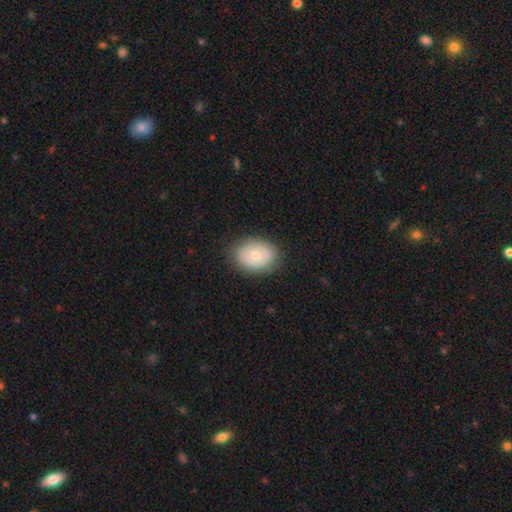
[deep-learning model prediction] Smooth or featured: smooth — 68% (featured or disk — 24%)
How rounded: in between — 66% (round — 33%)
Merging: none — 83% (minor disturbance — 12%)